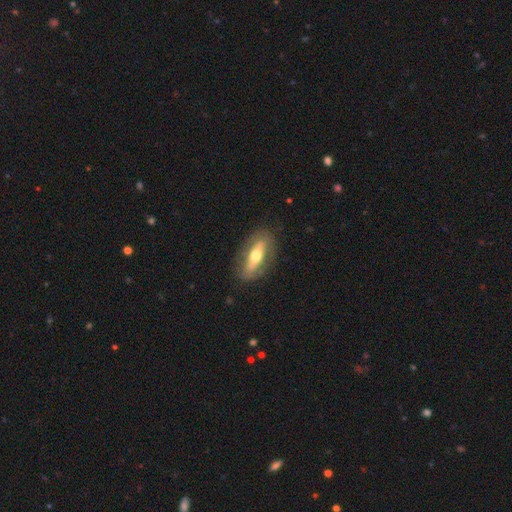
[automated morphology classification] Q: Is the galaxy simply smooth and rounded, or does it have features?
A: featured or disk — 55%.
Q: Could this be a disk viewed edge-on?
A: no — 64%.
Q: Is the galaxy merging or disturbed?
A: none — 81%.